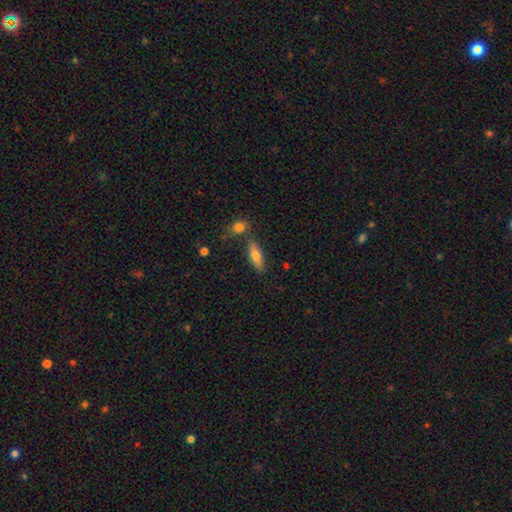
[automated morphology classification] Smooth or featured? smooth (70%)
How rounded? in between (50%)
Merging? none (74%)